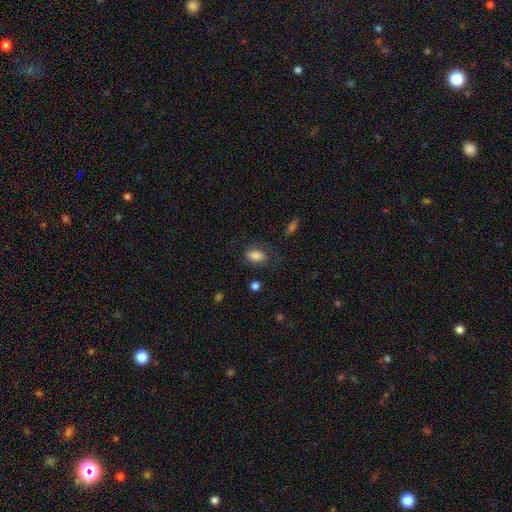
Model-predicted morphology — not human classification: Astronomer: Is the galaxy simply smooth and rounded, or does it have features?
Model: smooth — 82%.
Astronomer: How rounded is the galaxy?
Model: in between — 87%.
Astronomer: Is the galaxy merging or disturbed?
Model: none — 63%.